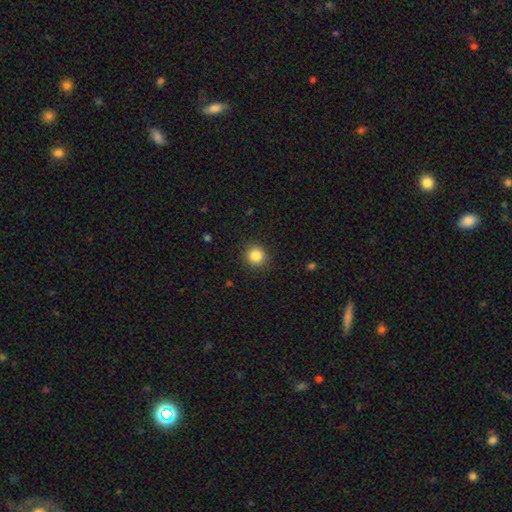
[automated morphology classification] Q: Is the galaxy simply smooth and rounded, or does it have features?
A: smooth — 85%.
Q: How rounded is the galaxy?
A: round — 92%.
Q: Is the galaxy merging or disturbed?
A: none — 90%.